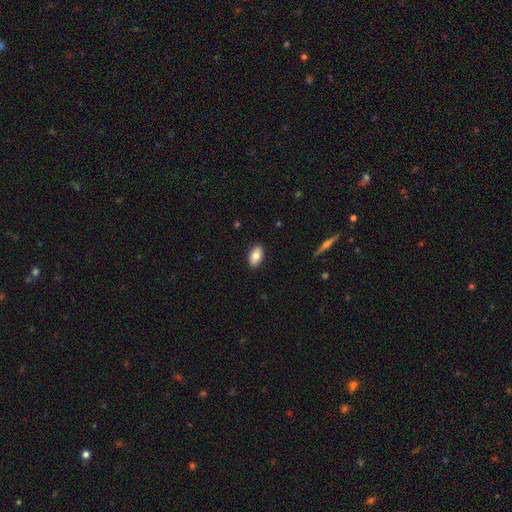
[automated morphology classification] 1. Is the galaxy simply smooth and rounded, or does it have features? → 82% smooth, 11% featured or disk, 7% star or artifact.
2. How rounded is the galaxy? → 92% in between, 6% round, 2% cigar-shaped.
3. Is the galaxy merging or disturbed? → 89% none, 8% minor disturbance, 2% major disturbance, 1% merger.